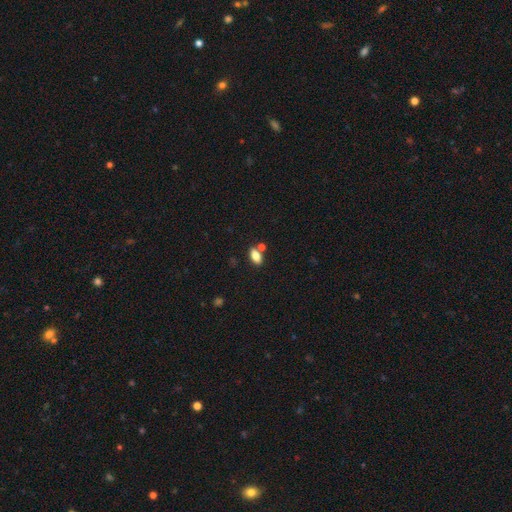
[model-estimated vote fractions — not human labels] Smooth or featured? smooth (81%)
How rounded? in between (88%)
Merging? none (68%)